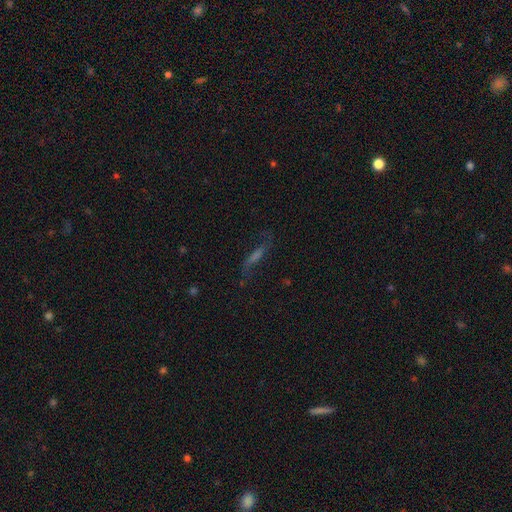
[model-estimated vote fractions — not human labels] Smooth or featured: featured or disk — 54% (smooth — 26%)
Edge-on disk: no — 68% (yes — 32%)
Merging: none — 68% (minor disturbance — 17%)